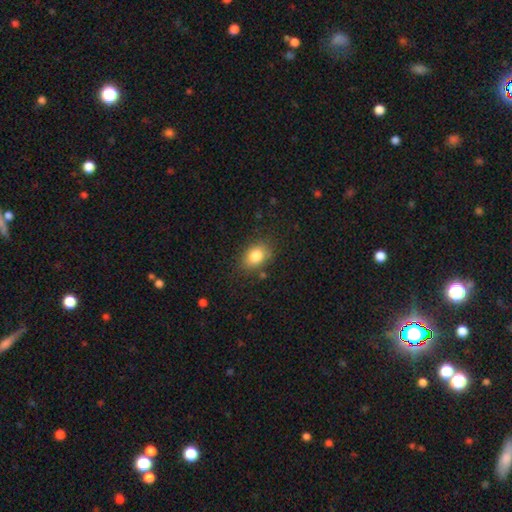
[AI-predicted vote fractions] Smooth or featured?
  - smooth: 82% *
  - star or artifact: 9%
  - featured or disk: 9%
How rounded?
  - in between: 70% *
  - round: 29%
  - cigar-shaped: 1%
Merging?
  - none: 80% *
  - minor disturbance: 14%
  - major disturbance: 4%
  - merger: 2%